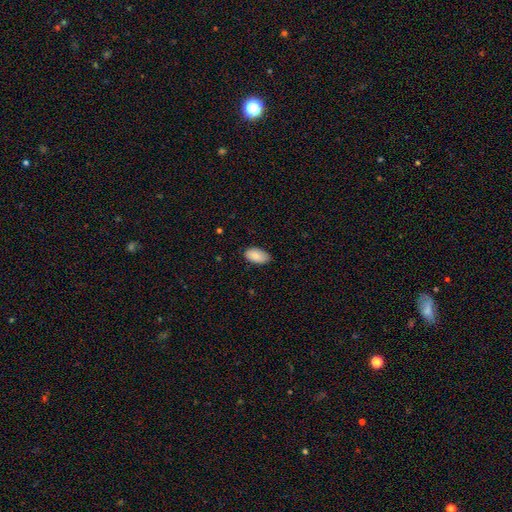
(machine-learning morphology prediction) Smooth or featured? Predicted: smooth (p=0.88). How rounded? Predicted: in between (p=0.95). Merging? Predicted: none (p=0.80).